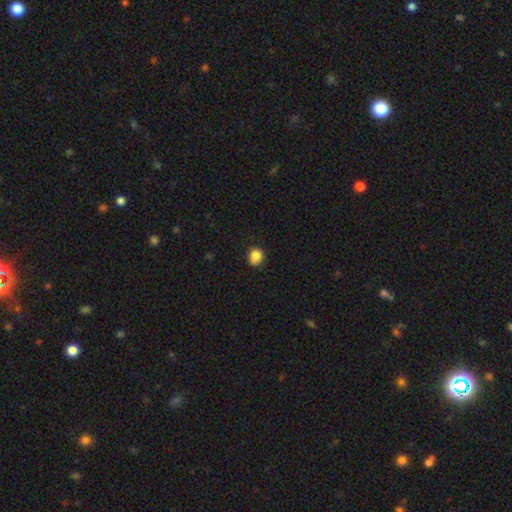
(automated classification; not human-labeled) Smooth or featured? smooth (83%)
How rounded? round (81%)
Merging? none (60%)